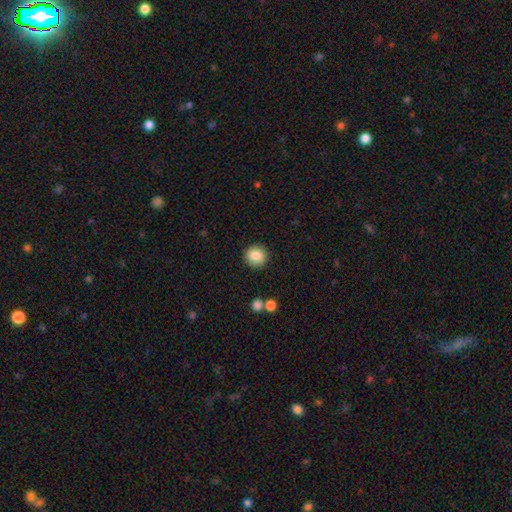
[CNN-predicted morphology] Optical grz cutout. It shows a smooth galaxy with no disk features (86%) that is round (90%). Merging: none (90%).